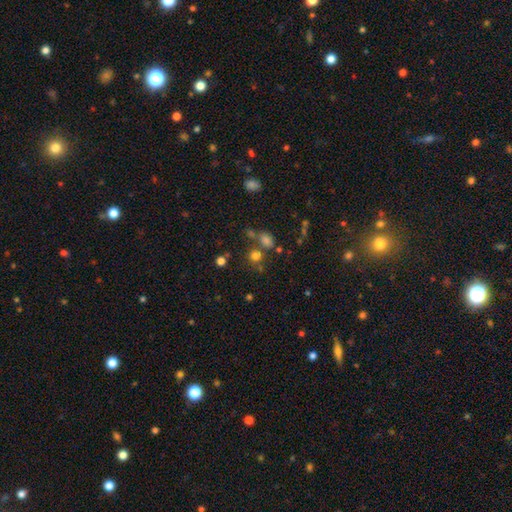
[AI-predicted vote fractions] Smooth or featured: smooth — 71% (star or artifact — 21%)
How rounded: round — 81% (in between — 18%)
Merging: none — 64% (merger — 21%)